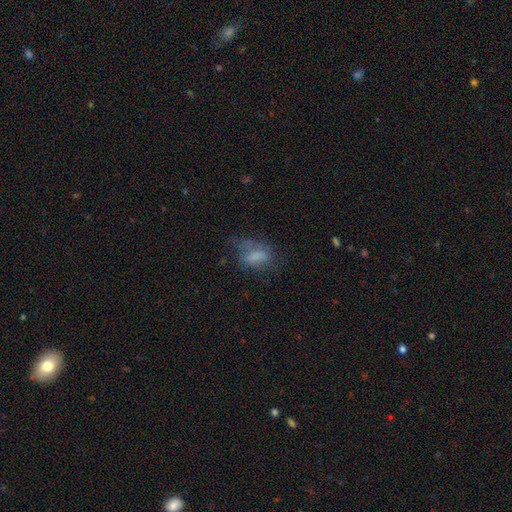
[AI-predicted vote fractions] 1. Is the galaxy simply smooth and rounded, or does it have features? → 60% smooth, 27% featured or disk, 13% star or artifact.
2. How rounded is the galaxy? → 83% in between, 10% round, 7% cigar-shaped.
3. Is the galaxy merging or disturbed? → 37% none, 33% major disturbance, 27% minor disturbance, 3% merger.